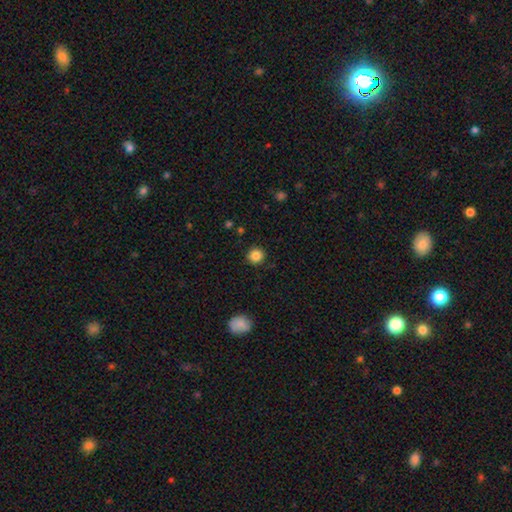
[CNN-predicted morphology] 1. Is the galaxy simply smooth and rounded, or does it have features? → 85% smooth, 11% star or artifact, 4% featured or disk.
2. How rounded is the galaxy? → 93% round, 6% in between, 1% cigar-shaped.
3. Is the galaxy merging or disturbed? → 90% none, 7% minor disturbance, 2% major disturbance, 1% merger.